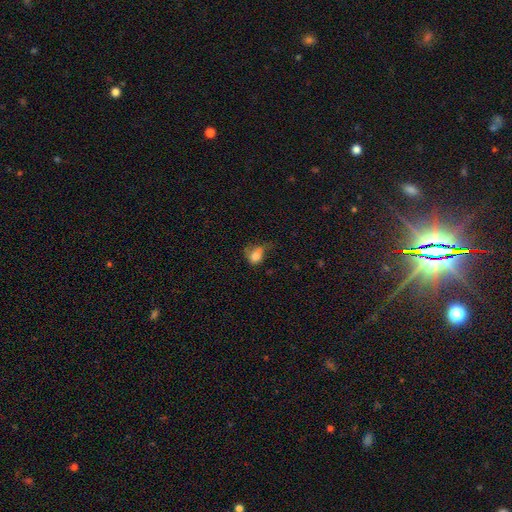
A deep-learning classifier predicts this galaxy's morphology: type=smooth (74%); roundness=in between (53%); merging=major disturbance (38%).